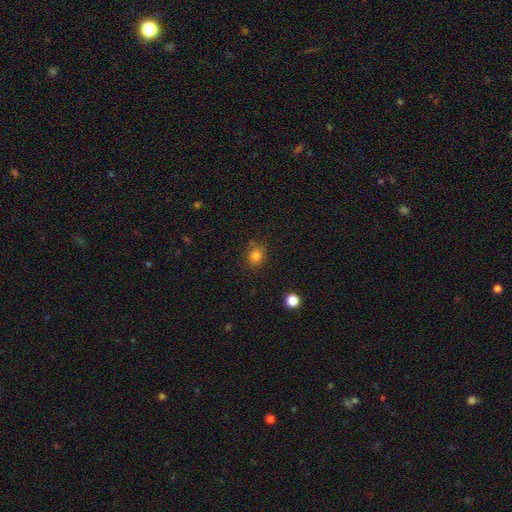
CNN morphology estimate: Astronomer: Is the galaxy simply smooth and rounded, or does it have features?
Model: smooth — 82%.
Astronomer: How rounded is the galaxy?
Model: round — 74%.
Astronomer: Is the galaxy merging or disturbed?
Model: none — 79%.